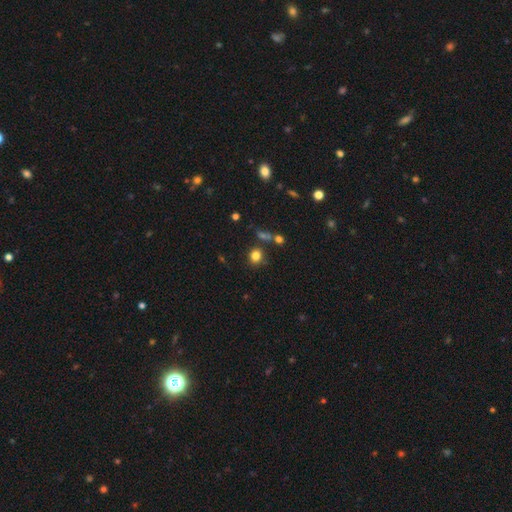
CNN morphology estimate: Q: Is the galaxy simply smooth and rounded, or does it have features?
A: smooth — 81%.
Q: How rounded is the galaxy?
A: round — 75%.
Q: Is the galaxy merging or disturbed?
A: none — 78%.